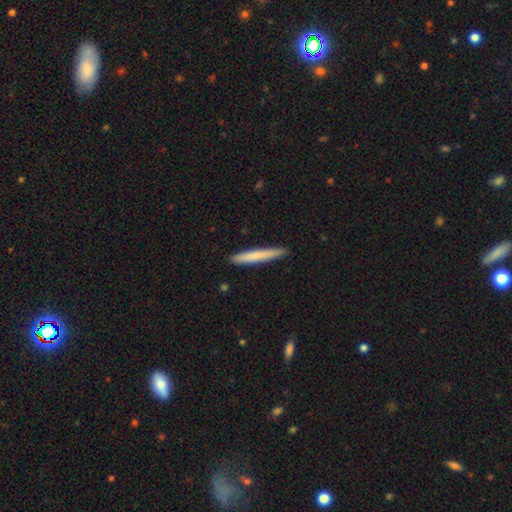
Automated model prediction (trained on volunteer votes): Smooth or featured: smooth — 73% (featured or disk — 22%)
How rounded: cigar-shaped — 96% (in between — 3%)
Merging: none — 90% (minor disturbance — 7%)